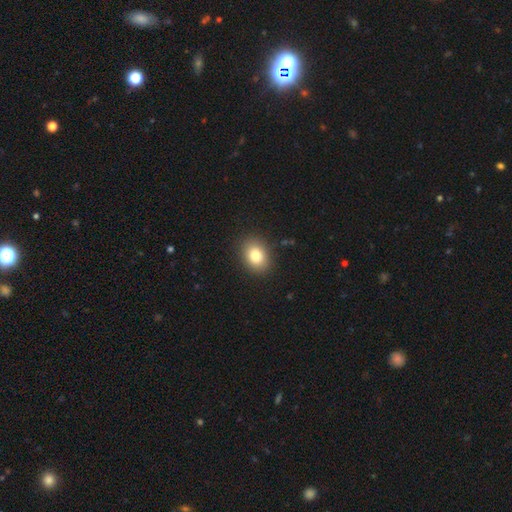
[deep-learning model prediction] smooth-or-featured: smooth: 82% | star or artifact: 9% | featured or disk: 9%
  how-rounded: in between: 62% | round: 37% | cigar-shaped: 1%
  merging: none: 89% | minor disturbance: 8% | major disturbance: 2% | merger: 1%